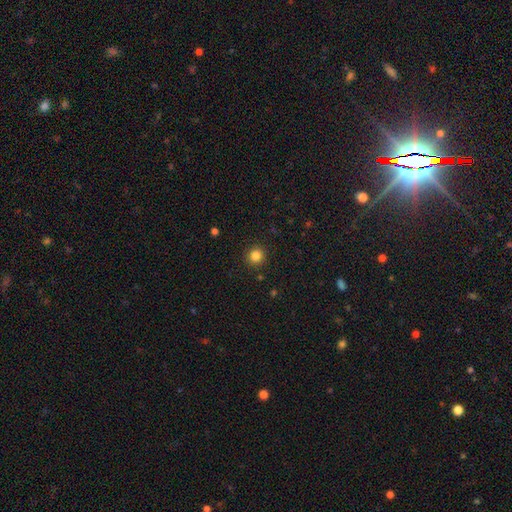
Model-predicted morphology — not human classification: This appears to be a smooth galaxy with no disk features (84%) that is round (93%). Merging: none (91%).